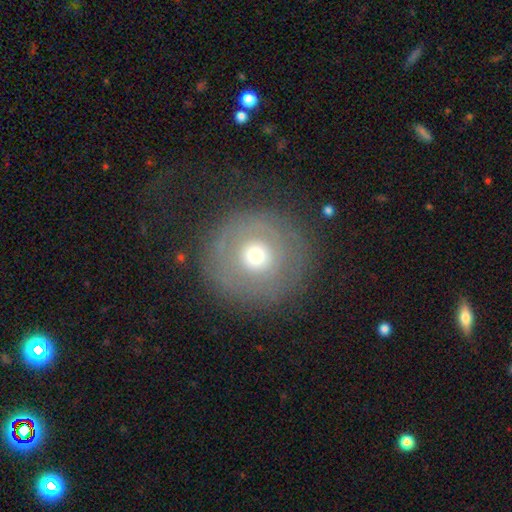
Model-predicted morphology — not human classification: Smooth or featured? smooth (49%)
Merging? none (79%)